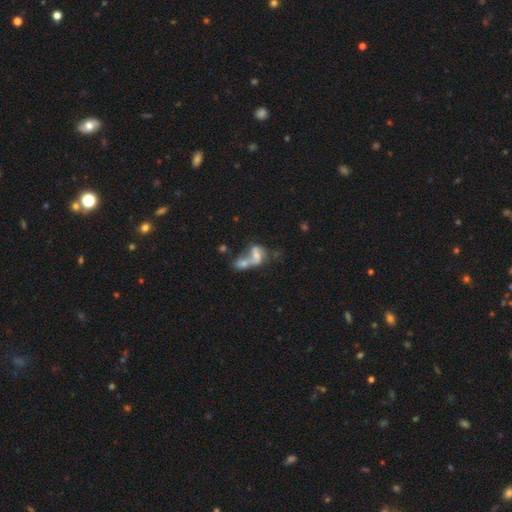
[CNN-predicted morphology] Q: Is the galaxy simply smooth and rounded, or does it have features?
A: smooth — 47%.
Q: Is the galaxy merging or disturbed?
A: merger — 68%.